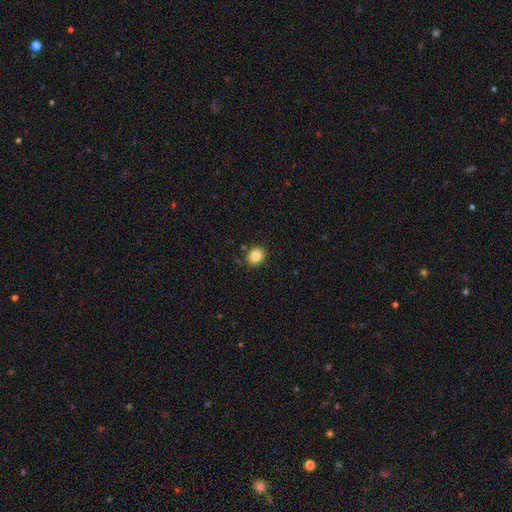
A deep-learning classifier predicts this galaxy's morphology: A smooth galaxy with no disk features (84%) that is round (68%). Merging: none (88%).